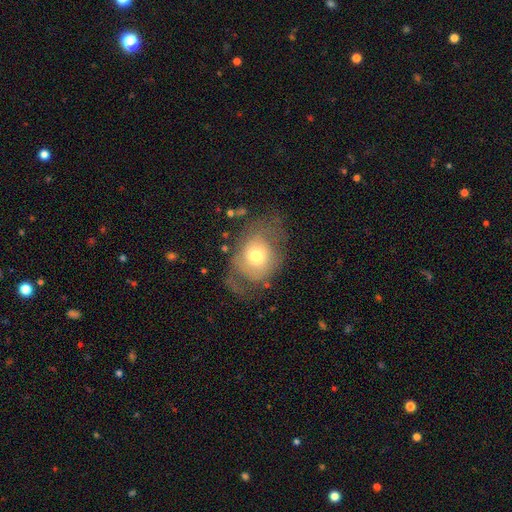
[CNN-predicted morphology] Smooth or featured: smooth — 53% (featured or disk — 38%)
How rounded: in between — 54% (round — 45%)
Merging: none — 45% (major disturbance — 28%)